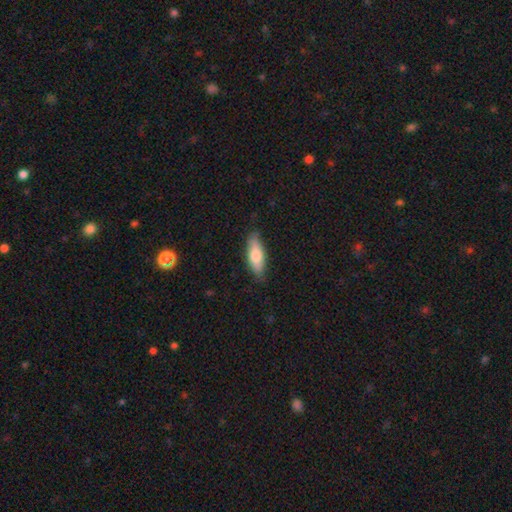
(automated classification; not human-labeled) A smooth galaxy with no disk features (70%) that is in between round and cigar-shaped (60%). Merging: none (81%).